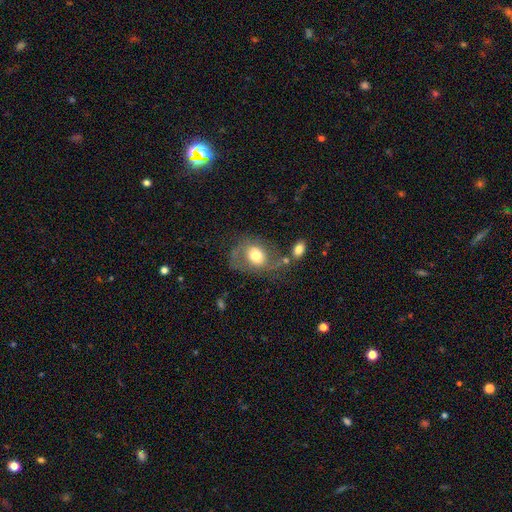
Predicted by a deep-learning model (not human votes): A smooth galaxy with no disk features (52%) that is in between round and cigar-shaped (52%). Merging: none (42%).